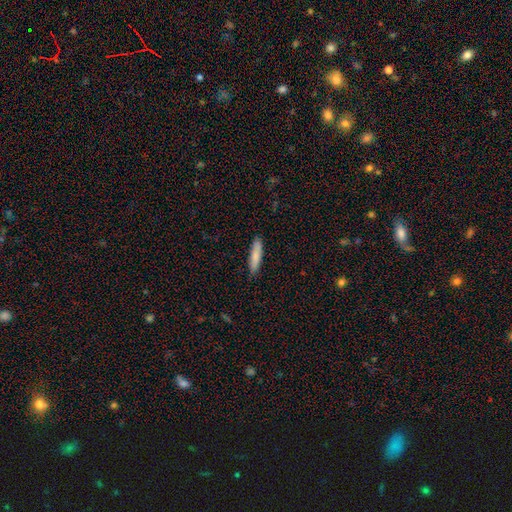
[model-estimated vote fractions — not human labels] Smooth or featured: smooth — 83% (featured or disk — 11%)
How rounded: cigar-shaped — 79% (in between — 19%)
Merging: none — 88% (minor disturbance — 9%)